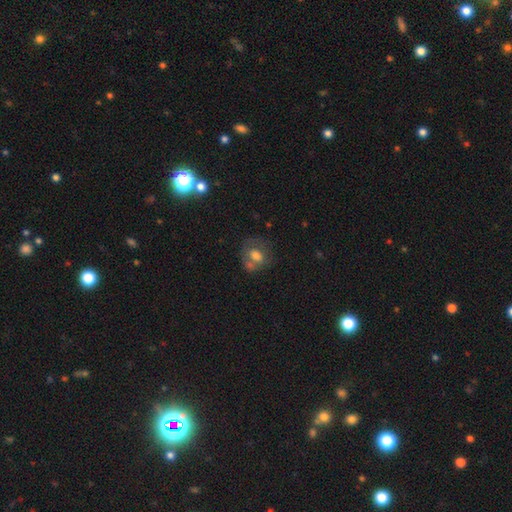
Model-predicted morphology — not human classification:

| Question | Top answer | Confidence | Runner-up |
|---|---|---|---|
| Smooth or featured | smooth | 58% | featured or disk (31%) |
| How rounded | round | 51% | in between (48%) |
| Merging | none | 43% | merger (25%) |